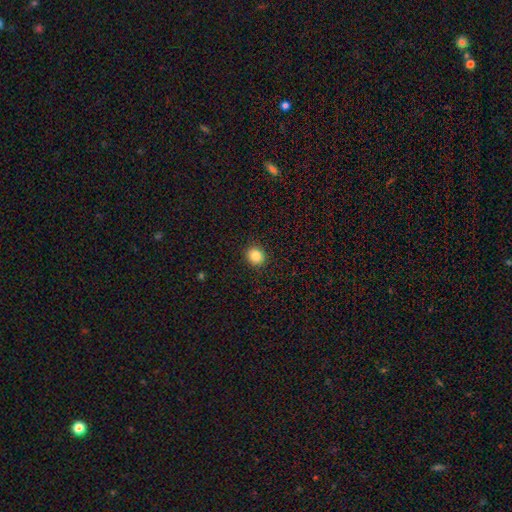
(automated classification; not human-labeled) A smooth galaxy with no disk features (86%) that is round (84%). Merging: none (91%).